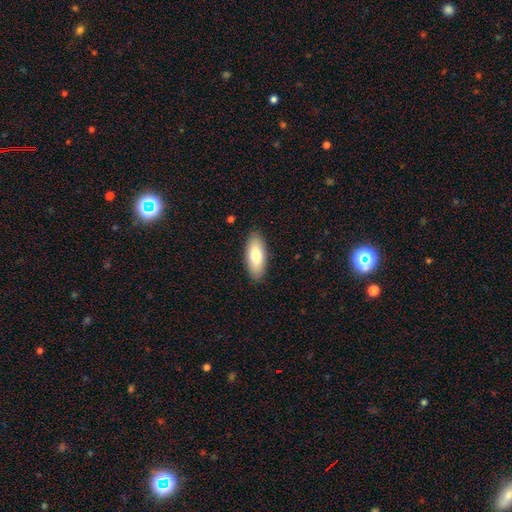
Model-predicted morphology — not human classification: A smooth galaxy with no disk features (77%) that is in between round and cigar-shaped (81%).

Vote fractions:
- Smooth or featured? smooth: 77% / featured or disk: 17% / star or artifact: 6%
- How rounded? in between: 81% / cigar-shaped: 17% / round: 2%
- Merging? none: 88% / minor disturbance: 9% / major disturbance: 2% / merger: 1%